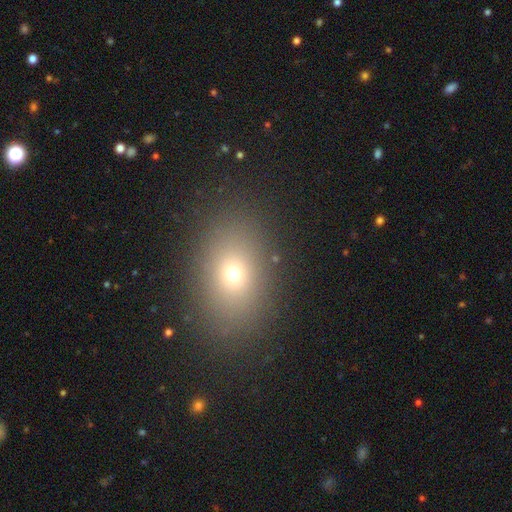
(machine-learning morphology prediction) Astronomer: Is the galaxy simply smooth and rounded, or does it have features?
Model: smooth — 66%.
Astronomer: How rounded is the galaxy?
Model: in between — 72%.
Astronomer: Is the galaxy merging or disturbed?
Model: none — 87%.